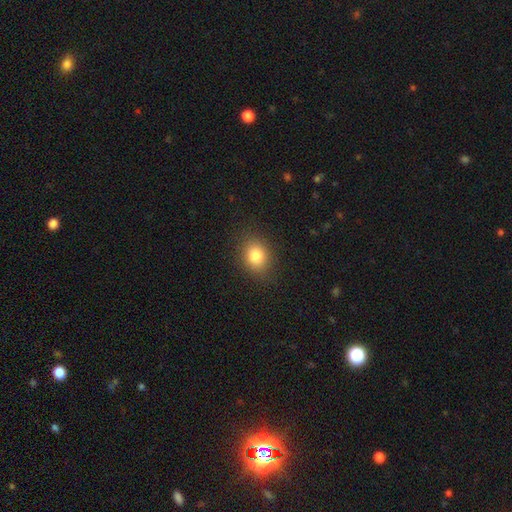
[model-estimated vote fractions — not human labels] smooth 83%, star or artifact 10%, featured or disk 7%. Down the decision tree: how rounded — round (52%); merging — none (87%).